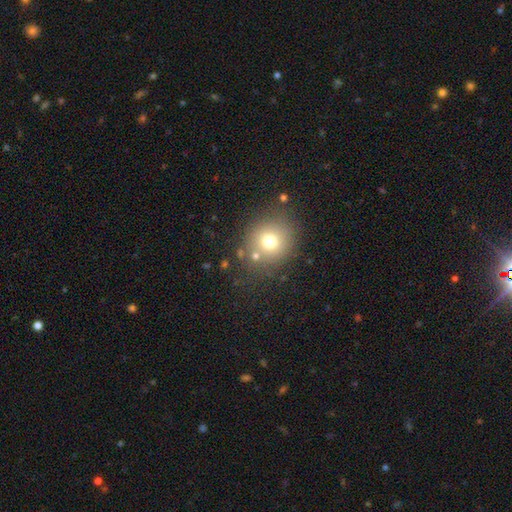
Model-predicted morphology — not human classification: Overall: smooth (71%). How rounded: round (84%). Merging: none (75%).